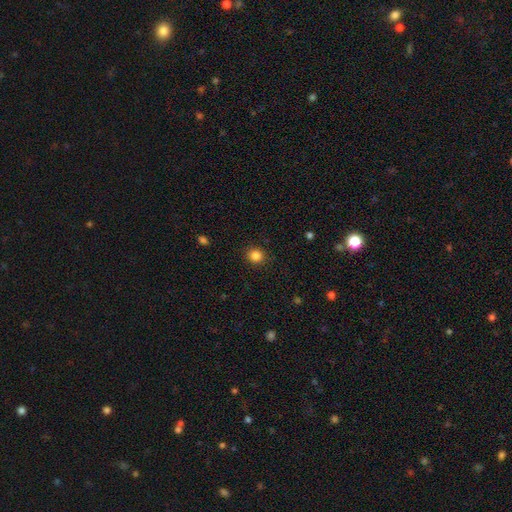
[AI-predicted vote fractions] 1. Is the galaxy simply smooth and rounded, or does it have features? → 85% smooth, 11% star or artifact, 4% featured or disk.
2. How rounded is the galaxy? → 86% round, 13% in between, 1% cigar-shaped.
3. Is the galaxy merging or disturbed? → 90% none, 6% minor disturbance, 2% major disturbance, 1% merger.